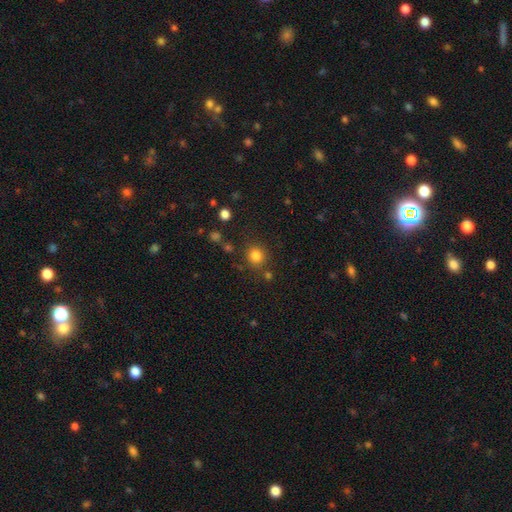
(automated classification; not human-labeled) Smooth or featured? smooth (82%)
How rounded? round (87%)
Merging? none (82%)